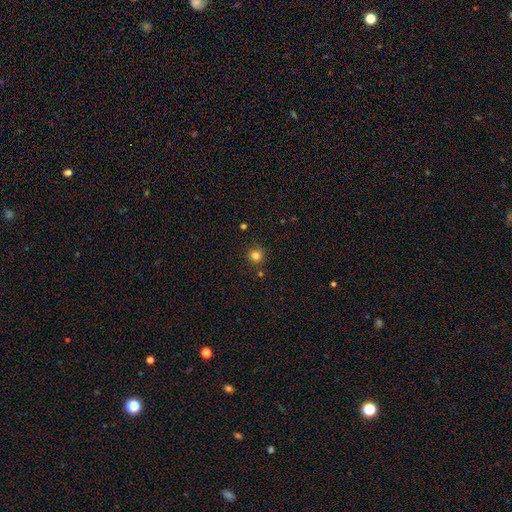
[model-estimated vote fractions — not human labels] The model was most divided on "smooth or featured": smooth: 81%, star or artifact: 14%, featured or disk: 5%. More confident: how rounded — round (94%); merging — none (86%).